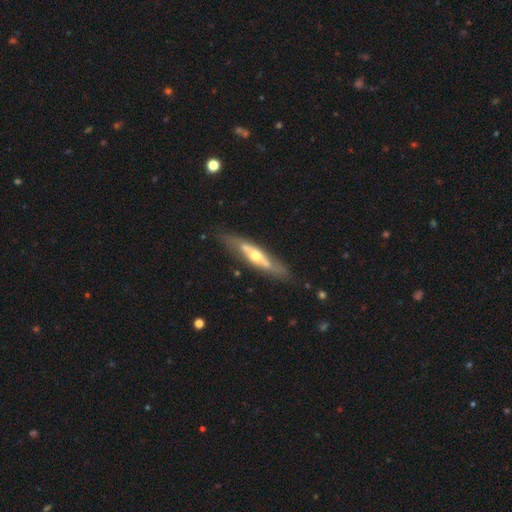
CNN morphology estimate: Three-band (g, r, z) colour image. It shows a featured or disk galaxy (66%) viewed edge-on (56%). Merging: none (74%).